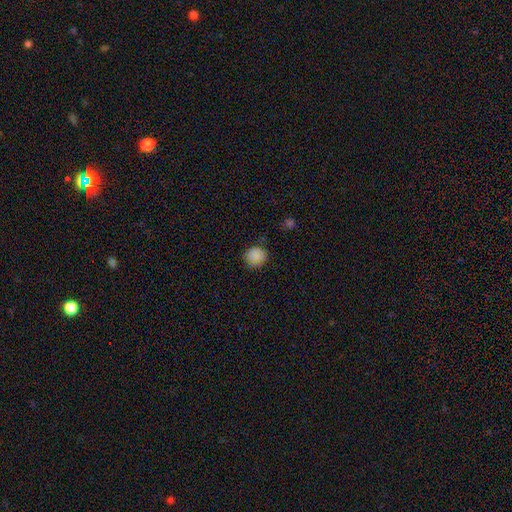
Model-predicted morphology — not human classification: Overall: smooth (86%). How rounded: round (85%). Merging: none (79%).